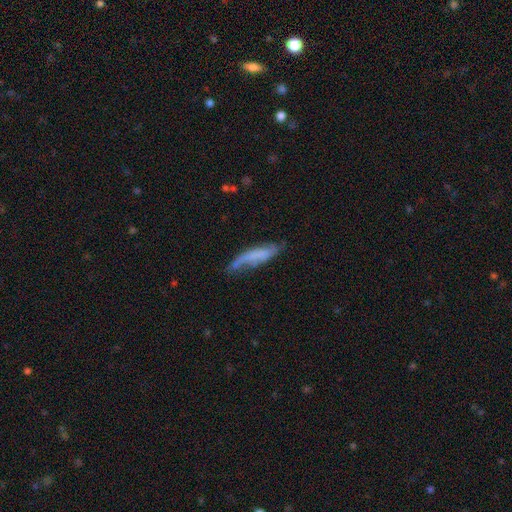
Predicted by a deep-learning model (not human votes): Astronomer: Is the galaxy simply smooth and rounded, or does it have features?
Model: smooth — 48% (runner-up: featured or disk, 44%).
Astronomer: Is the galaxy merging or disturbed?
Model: none — 42% (runner-up: minor disturbance, 33%).